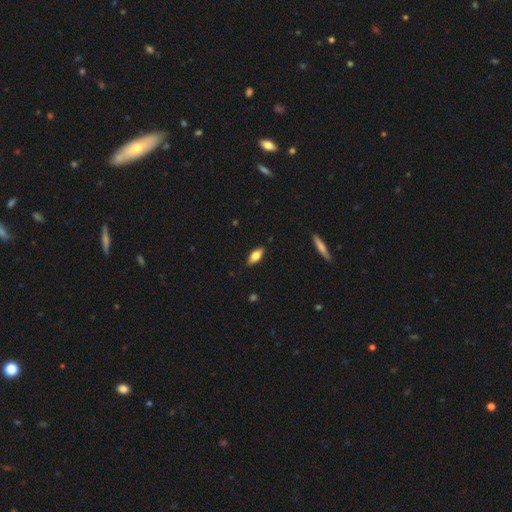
Smooth or featured?
  - smooth: 62% *
  - featured or disk: 28%
  - star or artifact: 10%
How rounded?
  - in between: 96% *
  - cigar-shaped: 4%
  - round: 0%
Merging?
  - none: 89% *
  - minor disturbance: 11%
  - major disturbance: 0%
  - merger: 0%